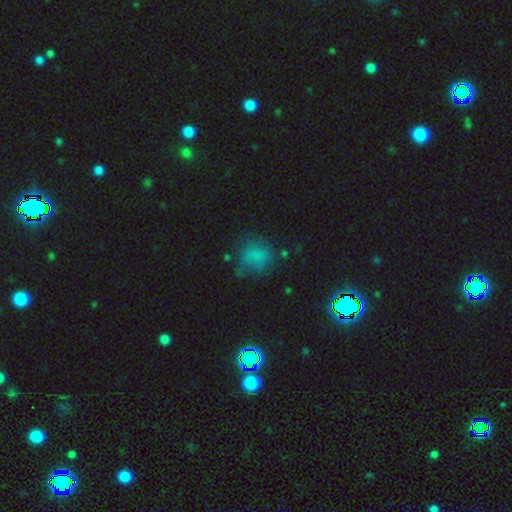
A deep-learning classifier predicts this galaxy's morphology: The model was most divided on "merging": none: 47%, minor disturbance: 29%, major disturbance: 20%, merger: 4%. More confident: smooth or featured — smooth (63%); how rounded — round (63%).